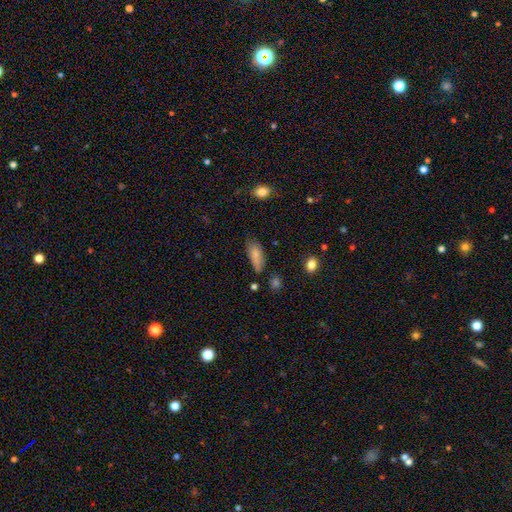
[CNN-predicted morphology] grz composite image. It shows a smooth galaxy with no disk features (81%) that is in between round and cigar-shaped (78%). Merging: none (60%).